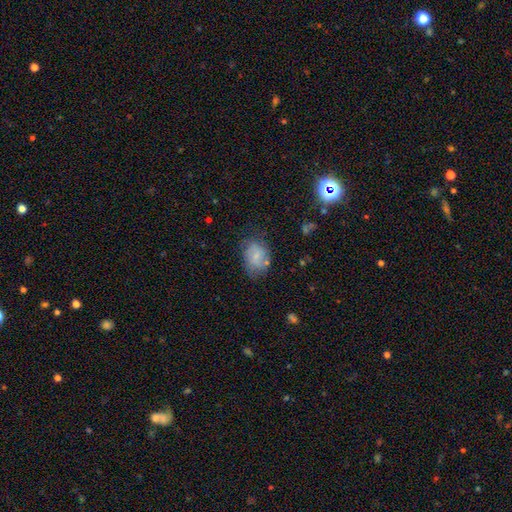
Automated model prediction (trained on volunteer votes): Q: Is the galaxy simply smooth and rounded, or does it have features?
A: smooth — 62%.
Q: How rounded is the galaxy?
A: in between — 67%.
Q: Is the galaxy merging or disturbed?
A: none — 60%.